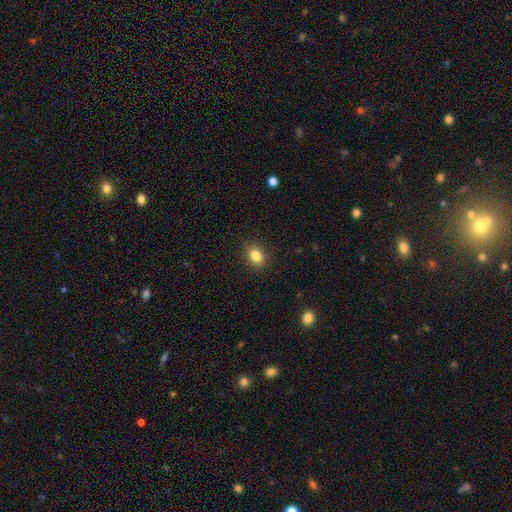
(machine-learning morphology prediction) This appears to be a smooth galaxy with no disk features (84%) that is in between round and cigar-shaped (61%). Merging: none (88%).